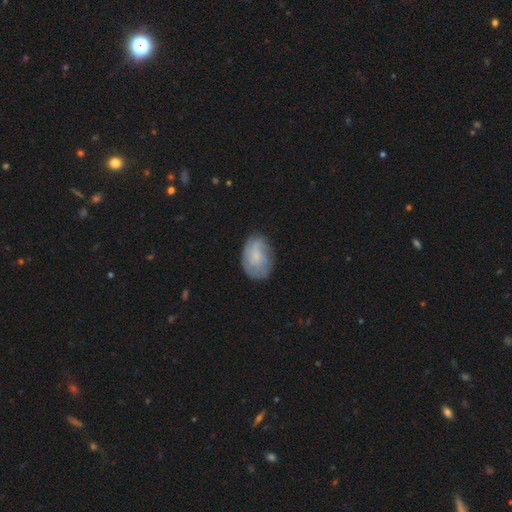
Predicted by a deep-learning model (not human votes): Smooth or featured? Predicted: featured or disk (p=0.49). Merging? Predicted: none (p=0.70).